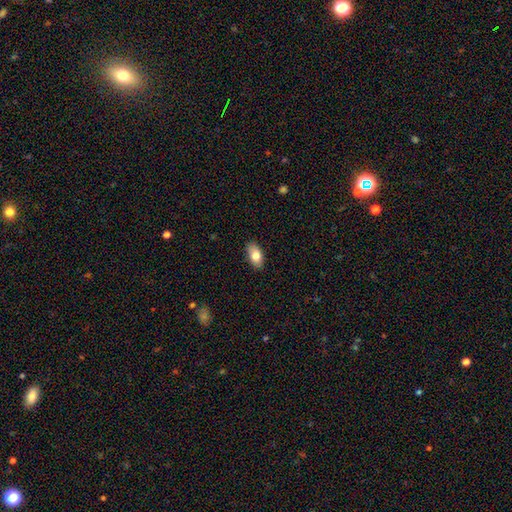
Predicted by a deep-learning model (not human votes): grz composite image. It shows a smooth galaxy with no disk features (80%) that is in between round and cigar-shaped (91%). Merging: none (87%).